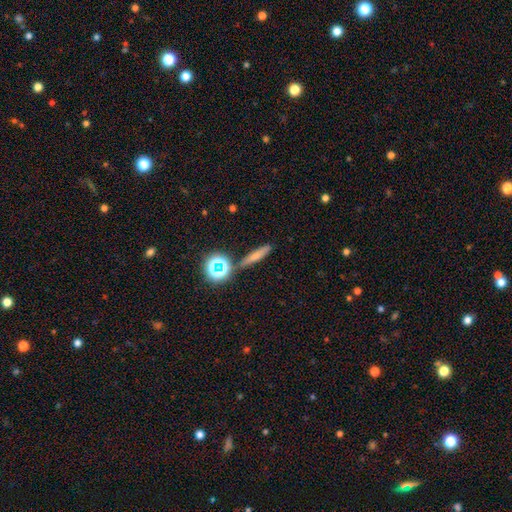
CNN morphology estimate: Q: Smooth or featured?
A: smooth (64%); runner-up: star or artifact (18%)
Q: How rounded?
A: cigar-shaped (78%); runner-up: in between (12%)
Q: Merging?
A: none (81%); runner-up: minor disturbance (9%)